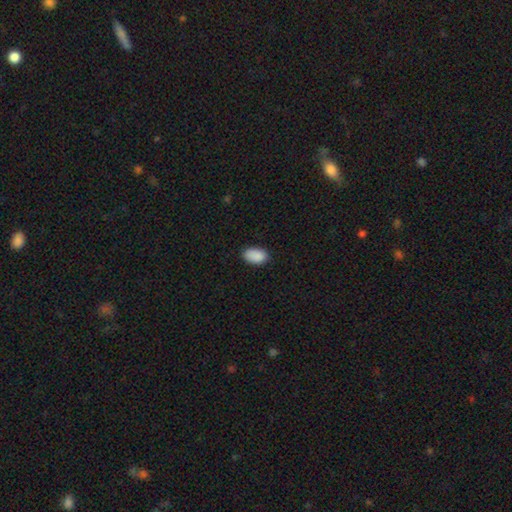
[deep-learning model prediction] Morphology: type=smooth (90%); roundness=in between (93%); merging=none (84%).